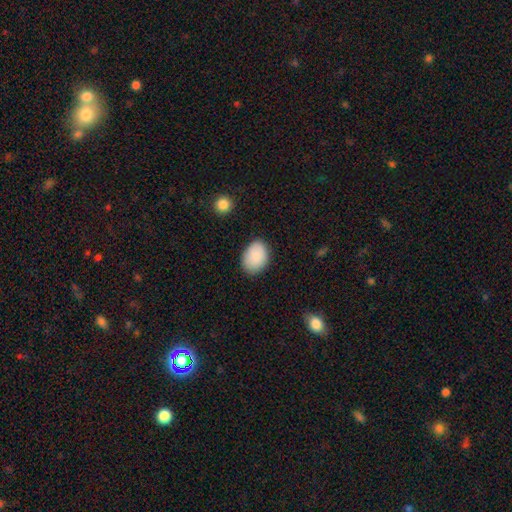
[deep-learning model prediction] Q: Smooth or featured?
A: smooth (90%); runner-up: star or artifact (6%)
Q: How rounded?
A: in between (76%); runner-up: round (23%)
Q: Merging?
A: none (81%); runner-up: minor disturbance (14%)